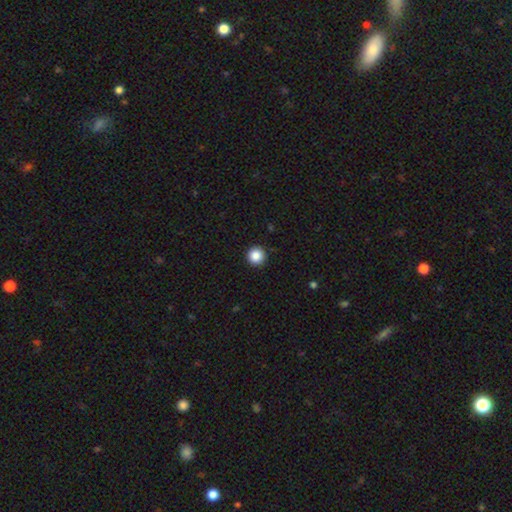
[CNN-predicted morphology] Smooth or featured: smooth — 87% (star or artifact — 10%)
How rounded: round — 97% (in between — 2%)
Merging: none — 93% (minor disturbance — 4%)